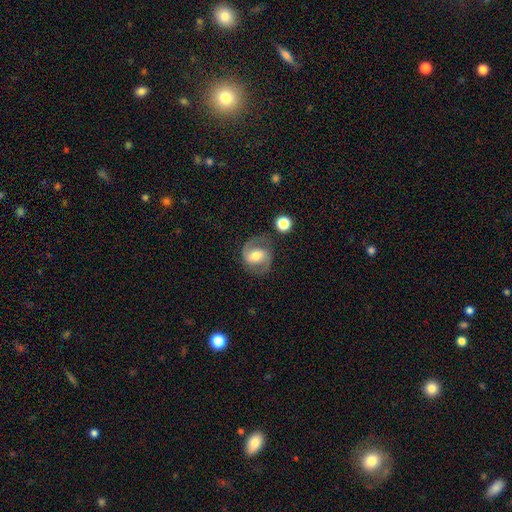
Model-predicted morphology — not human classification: A featured or disk galaxy (77%) with a weak bar (43%), 2 (89%) medium (55%) spiral arms (93%) and a moderate central bulge (68%).

Vote fractions:
- Smooth or featured? featured or disk: 77% / smooth: 16% / star or artifact: 7%
- Edge-on disk? no: 98% / yes: 2%
- Bar? weak: 43% / no: 30% / strong: 26%
- Spiral arms? yes: 93% / no: 7%
- Spiral winding? medium: 55% / loose: 23% / tight: 23%
- Spiral arm count? 2: 89% / 1: 4% / can't tell: 4% / 3: 1% / 4: 1% / more than 4: 1%
- Bulge size? moderate: 68% / small: 18% / large: 11% / none: 2% / dominant: 1%
- Merging? none: 75% / minor disturbance: 15% / major disturbance: 7% / merger: 3%